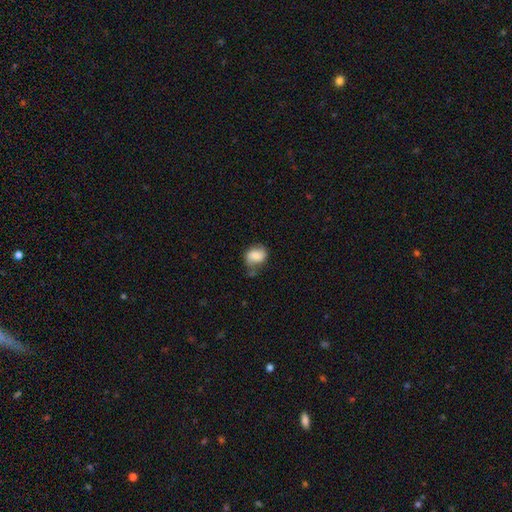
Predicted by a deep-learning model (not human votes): Morphology: type=smooth (75%); roundness=in between (57%); merging=none (47%).